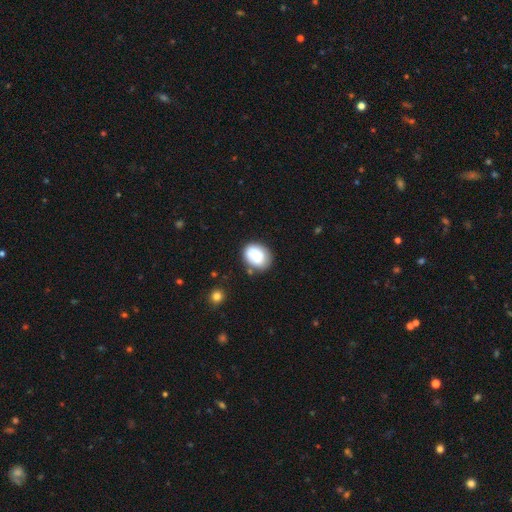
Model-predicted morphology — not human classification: Smooth or featured?
  - smooth: 67% *
  - featured or disk: 25%
  - star or artifact: 8%
How rounded?
  - in between: 56% *
  - round: 43%
  - cigar-shaped: 1%
Merging?
  - none: 68% *
  - minor disturbance: 21%
  - major disturbance: 6%
  - merger: 5%